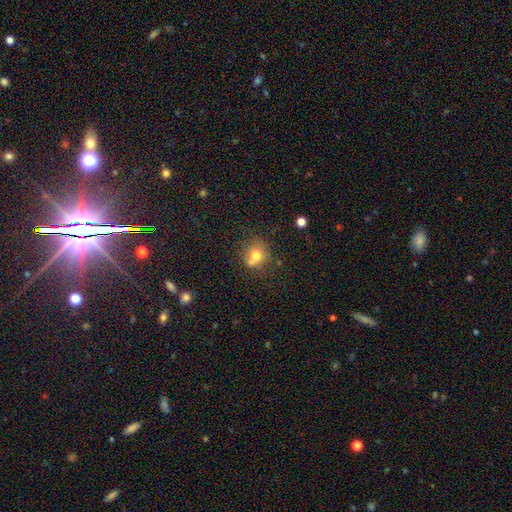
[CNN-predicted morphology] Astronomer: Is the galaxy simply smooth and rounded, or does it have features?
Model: smooth — 71%.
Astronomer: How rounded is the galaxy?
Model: round — 79%.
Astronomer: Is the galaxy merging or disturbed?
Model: none — 55%.